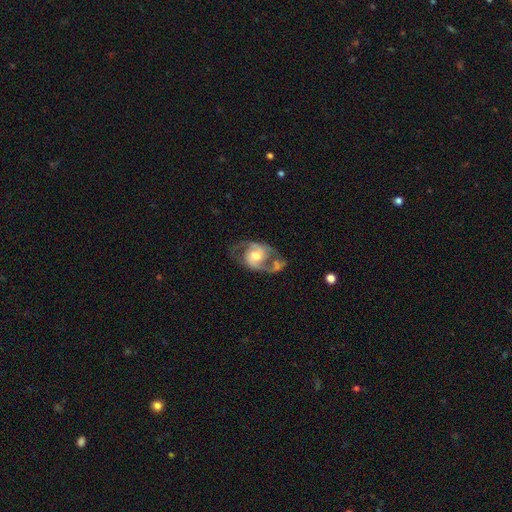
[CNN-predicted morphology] Smooth or featured?
  - featured or disk: 82% *
  - smooth: 13%
  - star or artifact: 5%
Edge-on disk?
  - no: 97% *
  - yes: 3%
Bar?
  - no: 56% *
  - weak: 35%
  - strong: 9%
Spiral arms?
  - yes: 89% *
  - no: 11%
Spiral winding?
  - medium: 52% *
  - loose: 30%
  - tight: 18%
Spiral arm count?
  - 2: 85% *
  - can't tell: 6%
  - 1: 5%
  - 3: 2%
  - 4: 1%
  - more than 4: 1%
Bulge size?
  - moderate: 66% *
  - small: 18%
  - large: 14%
  - none: 2%
  - dominant: 1%
Merging?
  - none: 50% *
  - minor disturbance: 21%
  - major disturbance: 19%
  - merger: 10%